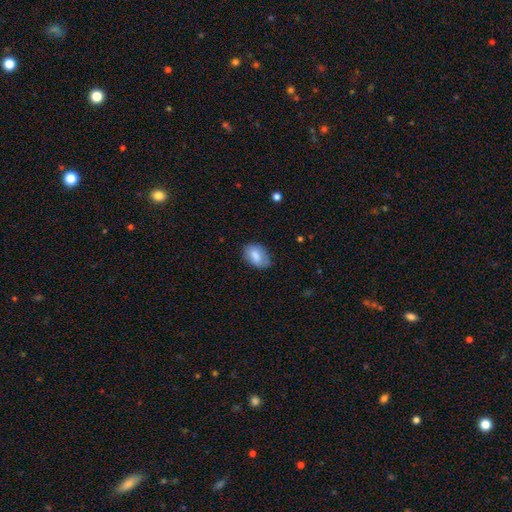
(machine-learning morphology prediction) Smooth or featured: smooth — 80% (featured or disk — 13%)
How rounded: in between — 86% (round — 13%)
Merging: none — 69% (minor disturbance — 24%)